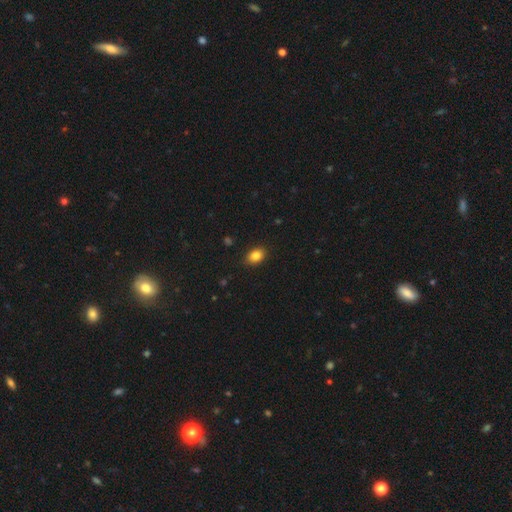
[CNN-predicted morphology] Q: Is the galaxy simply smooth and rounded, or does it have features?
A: smooth — 85%.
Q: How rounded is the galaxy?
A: in between — 74%.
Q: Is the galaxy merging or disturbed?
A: none — 88%.